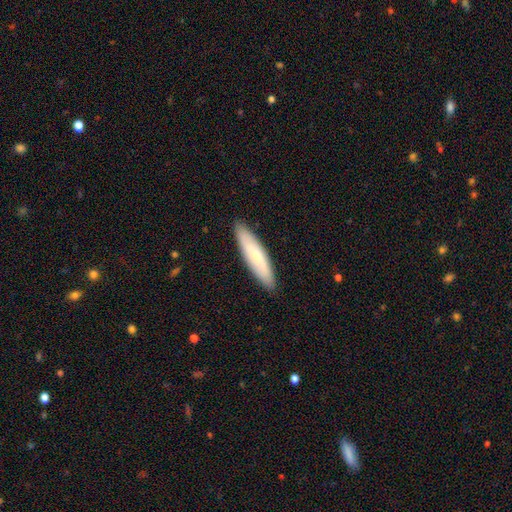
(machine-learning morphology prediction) type=smooth (66%); roundness=cigar-shaped (77%); merging=none (90%).